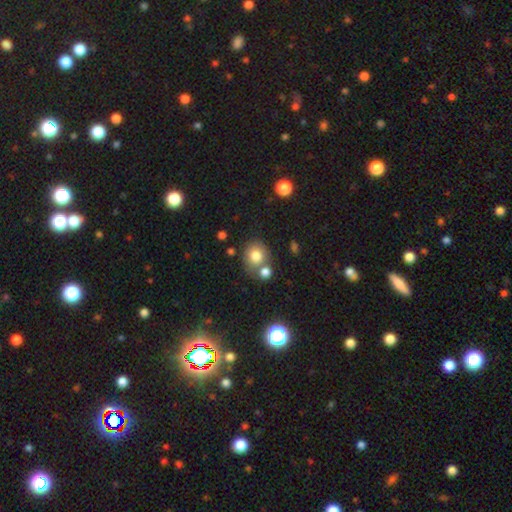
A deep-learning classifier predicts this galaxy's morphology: A smooth galaxy with no disk features (78%) that is round (72%). Merging: none (57%).